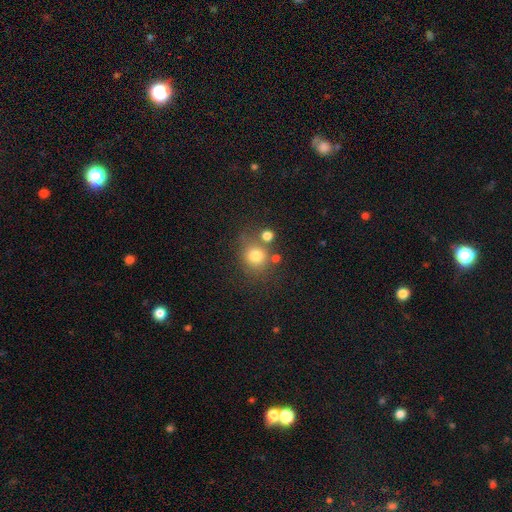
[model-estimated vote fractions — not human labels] A smooth galaxy with no disk features (77%) that is round (81%).

Vote fractions:
- Smooth or featured? smooth: 77% / star or artifact: 14% / featured or disk: 9%
- How rounded? round: 81% / in between: 18% / cigar-shaped: 1%
- Merging? none: 63% / merger: 17% / minor disturbance: 13% / major disturbance: 6%